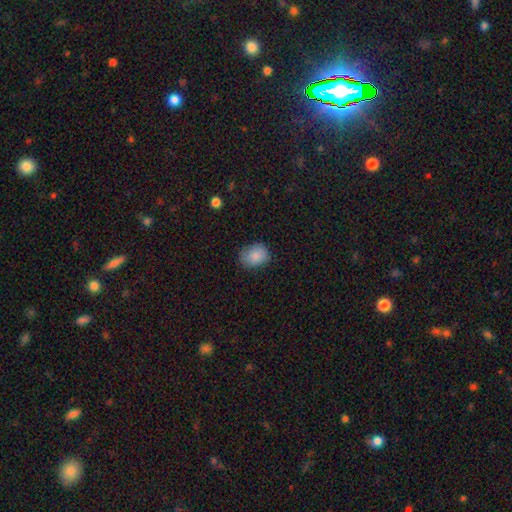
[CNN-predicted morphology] Smooth or featured? smooth (86%)
How rounded? in between (53%)
Merging? none (73%)